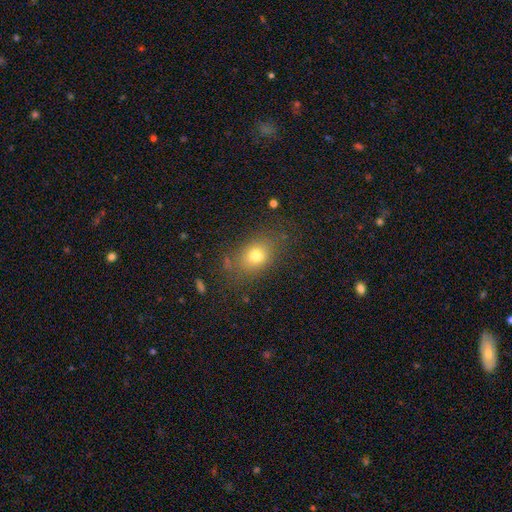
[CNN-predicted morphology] smooth-or-featured: smooth: 74% | star or artifact: 13% | featured or disk: 13%
  how-rounded: in between: 67% | round: 31% | cigar-shaped: 2%
  merging: none: 76% | minor disturbance: 15% | major disturbance: 7% | merger: 3%